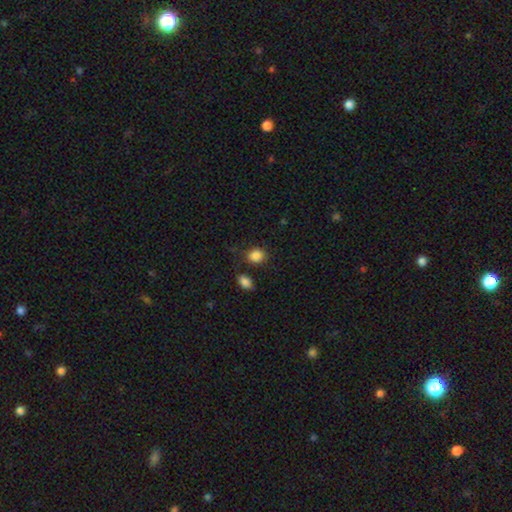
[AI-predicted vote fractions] smooth_or_featured: smooth (p=0.87) [alt: star or artifact p=0.09]
how_rounded: round (p=0.59) [alt: in between p=0.40]
merging: none (p=0.77) [alt: minor disturbance p=0.13]